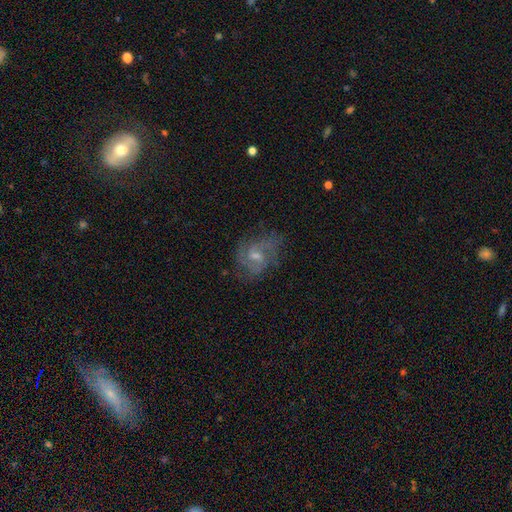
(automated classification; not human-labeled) Smooth or featured?
  - featured or disk: 74% *
  - smooth: 16%
  - star or artifact: 10%
Edge-on disk?
  - no: 97% *
  - yes: 3%
Bar?
  - weak: 52% *
  - no: 39%
  - strong: 9%
Spiral arms?
  - yes: 90% *
  - no: 10%
Spiral winding?
  - medium: 50% *
  - tight: 27%
  - loose: 23%
Spiral arm count?
  - 2: 51% *
  - can't tell: 22%
  - 3: 16%
  - 1: 4%
  - 4: 4%
  - more than 4: 3%
Bulge size?
  - small: 46% *
  - moderate: 41%
  - none: 9%
  - large: 3%
  - dominant: 1%
Merging?
  - none: 65% *
  - minor disturbance: 20%
  - major disturbance: 13%
  - merger: 2%